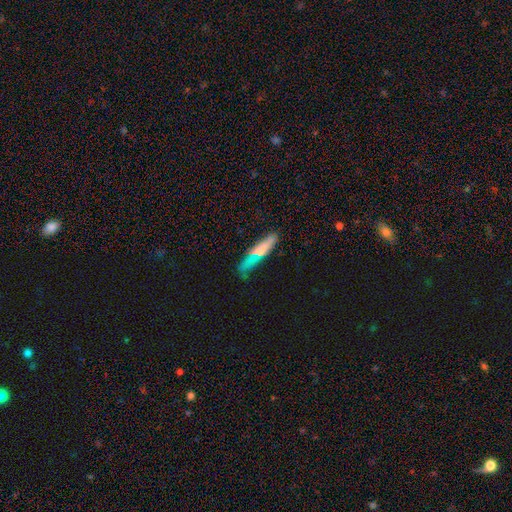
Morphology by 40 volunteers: Smooth or featured?
  - smooth: 75% *
  - featured or disk: 20%
  - star or artifact: 5%
How rounded?
  - cigar-shaped: 97% *
  - in between: 3%
  - round: 0%
Merging?
  - none: 89% *
  - merger: 8%
  - minor disturbance: 3%
  - major disturbance: 0%